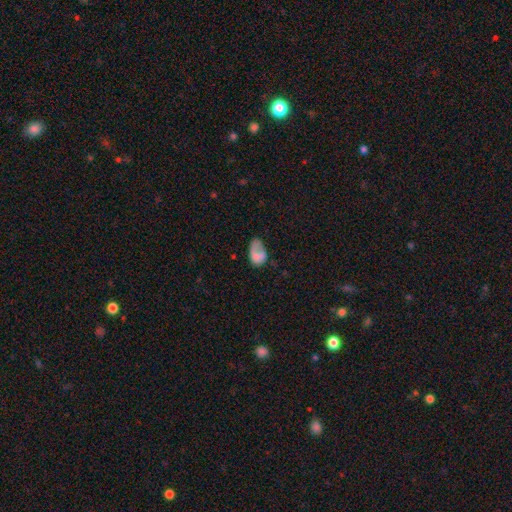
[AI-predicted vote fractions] Smooth or featured?
  - smooth: 68% *
  - featured or disk: 23%
  - star or artifact: 9%
How rounded?
  - in between: 90% *
  - round: 9%
  - cigar-shaped: 2%
Merging?
  - none: 33% *
  - major disturbance: 32%
  - minor disturbance: 30%
  - merger: 6%